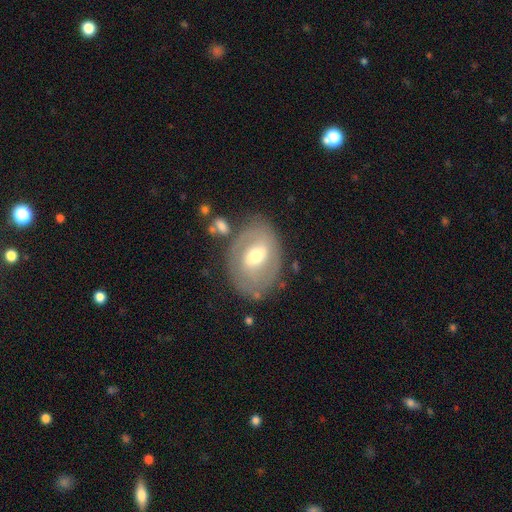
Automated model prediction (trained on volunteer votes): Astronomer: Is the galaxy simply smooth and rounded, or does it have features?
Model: featured or disk — 61%.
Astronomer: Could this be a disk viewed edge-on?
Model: no — 94%.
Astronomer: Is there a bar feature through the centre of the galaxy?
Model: weak — 50% (runner-up: no, 26%).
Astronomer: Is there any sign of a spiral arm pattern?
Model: yes — 53% (runner-up: no, 47%).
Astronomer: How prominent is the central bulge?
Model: moderate — 66%.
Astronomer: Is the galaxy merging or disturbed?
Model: none — 70%.